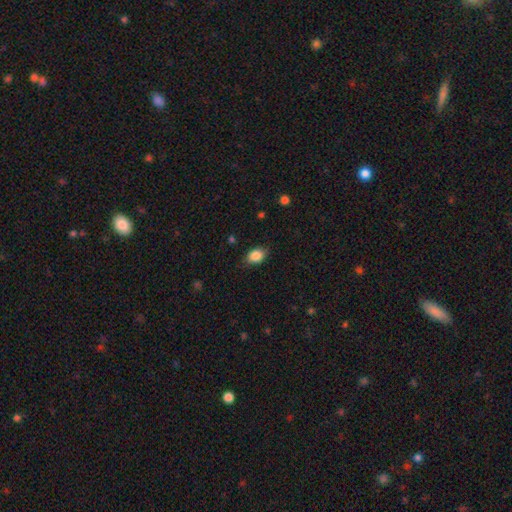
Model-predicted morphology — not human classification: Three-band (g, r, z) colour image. It shows a smooth galaxy with no disk features (86%) that is in between round and cigar-shaped (79%). Merging: none (79%).